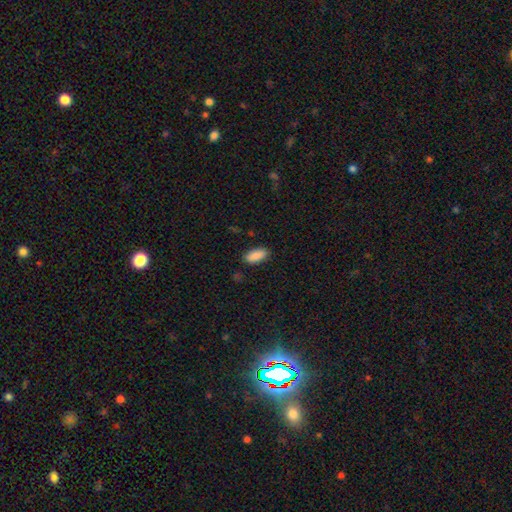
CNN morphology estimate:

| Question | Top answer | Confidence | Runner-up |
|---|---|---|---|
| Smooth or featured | smooth | 89% | star or artifact (7%) |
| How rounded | in between | 87% | cigar-shaped (11%) |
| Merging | none | 87% | minor disturbance (10%) |